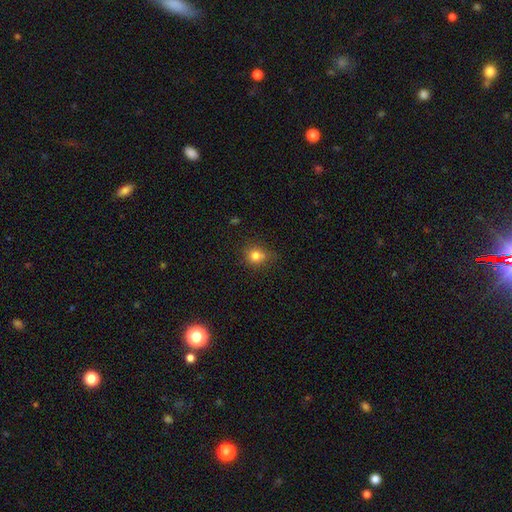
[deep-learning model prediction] This is clearly a smooth galaxy (80%). How rounded: likely round (79%). Merging: likely none (67%).